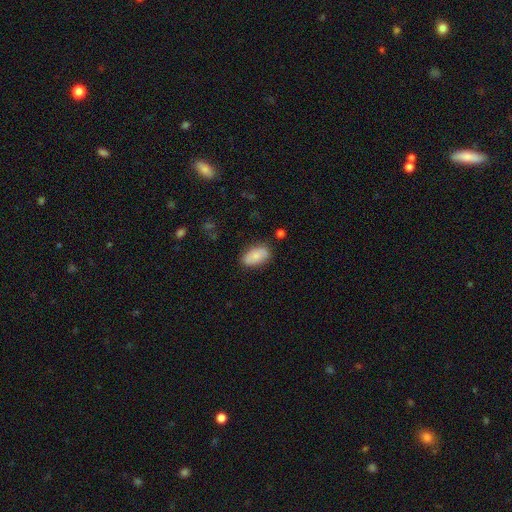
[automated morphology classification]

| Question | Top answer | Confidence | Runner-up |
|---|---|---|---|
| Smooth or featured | smooth | 80% | featured or disk (13%) |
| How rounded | in between | 93% | round (4%) |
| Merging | none | 79% | minor disturbance (15%) |